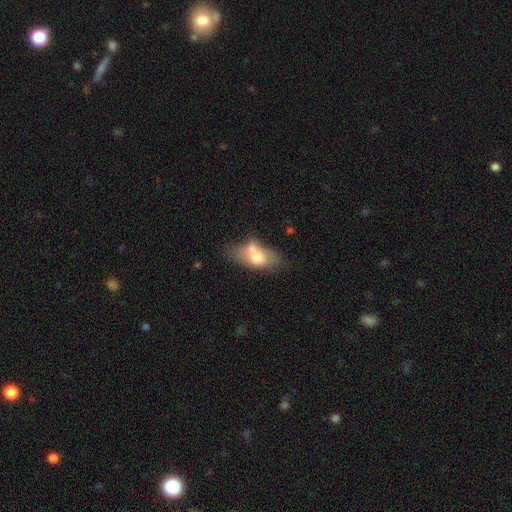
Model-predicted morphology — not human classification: This is likely a smooth galaxy (64%). How rounded: clearly in between (86%). Merging: possibly merger (48%).